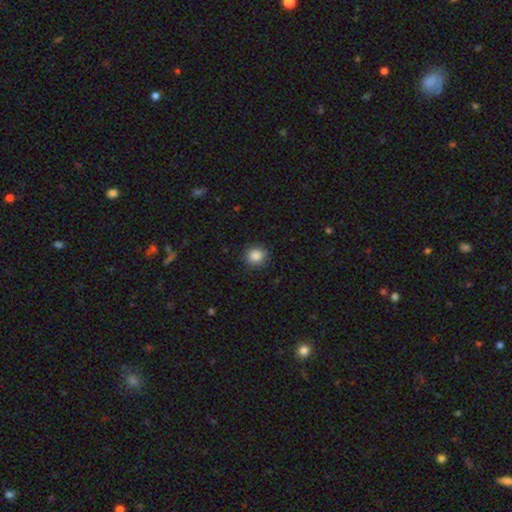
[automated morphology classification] Overall: smooth (87%). How rounded: round (86%). Merging: none (88%).